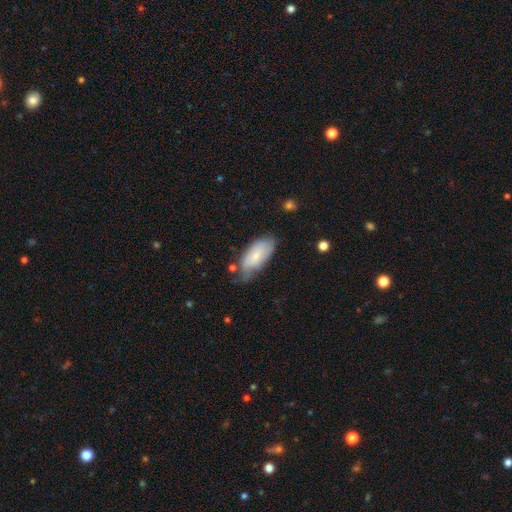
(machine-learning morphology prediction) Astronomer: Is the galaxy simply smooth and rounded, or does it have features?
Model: smooth — 70%.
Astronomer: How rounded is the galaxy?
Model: in between — 90%.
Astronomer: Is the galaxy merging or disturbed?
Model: none — 53% (runner-up: minor disturbance, 34%).